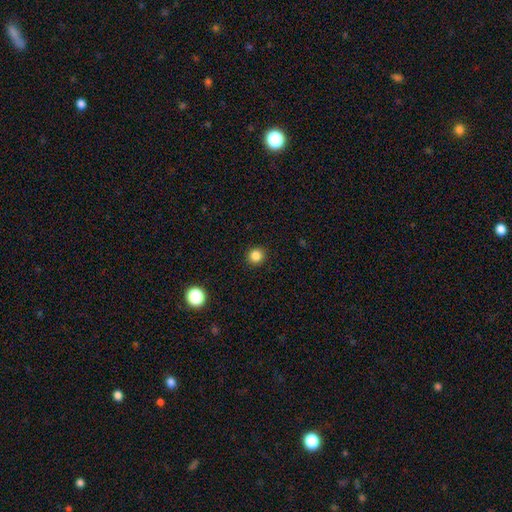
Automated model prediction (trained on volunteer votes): smooth-or-featured: smooth: 84% | star or artifact: 12% | featured or disk: 4%
  how-rounded: round: 92% | in between: 7% | cigar-shaped: 1%
  merging: none: 92% | minor disturbance: 5% | major disturbance: 2% | merger: 1%